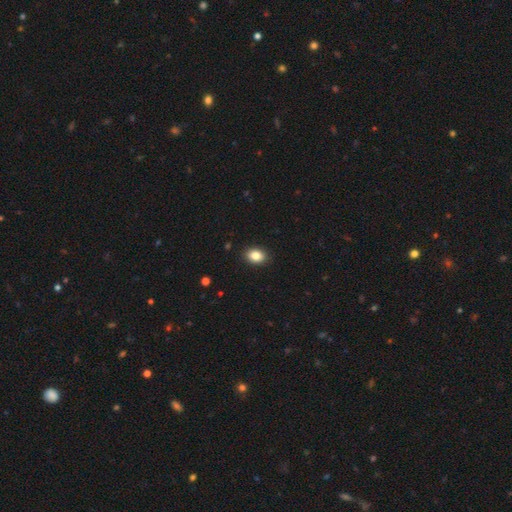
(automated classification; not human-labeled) Smooth or featured: smooth — 86% (star or artifact — 9%)
How rounded: in between — 74% (round — 25%)
Merging: none — 90% (minor disturbance — 7%)